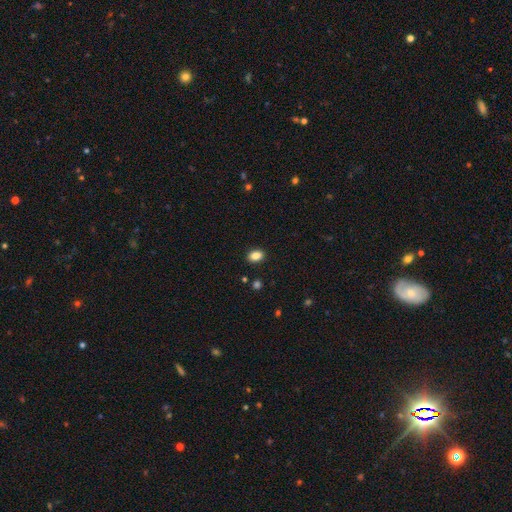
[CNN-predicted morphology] Smooth or featured? Predicted: smooth (p=0.86). How rounded? Predicted: in between (p=0.79). Merging? Predicted: none (p=0.90).